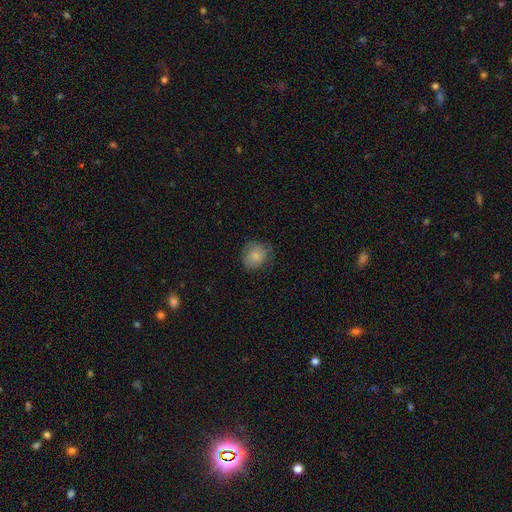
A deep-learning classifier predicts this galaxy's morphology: Q: Smooth or featured?
A: smooth (83%); runner-up: featured or disk (9%)
Q: How rounded?
A: round (72%); runner-up: in between (27%)
Q: Merging?
A: none (70%); runner-up: minor disturbance (23%)